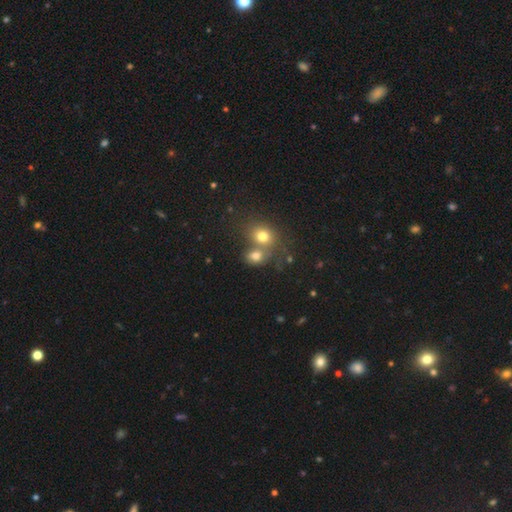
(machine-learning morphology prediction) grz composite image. It shows a smooth galaxy with no disk features (75%) that is in between round and cigar-shaped (51%). Merging: merger (49%).